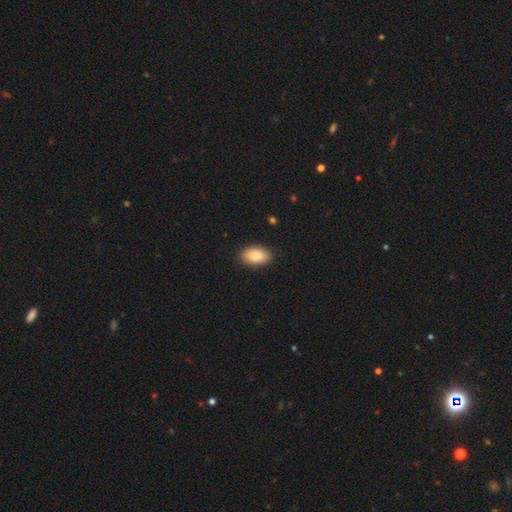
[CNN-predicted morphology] This appears to be a smooth galaxy with no disk features (88%) that is in between round and cigar-shaped (94%). Merging: none (88%).